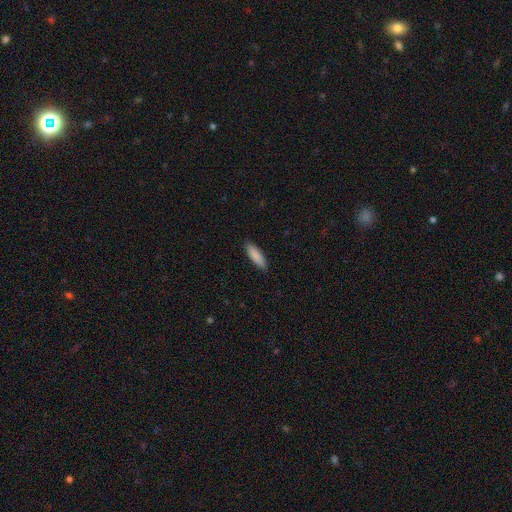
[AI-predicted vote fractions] A smooth galaxy with no disk features (88%) that is cigar-shaped (58%).

Vote fractions:
- Smooth or featured? smooth: 88% / featured or disk: 7% / star or artifact: 5%
- How rounded? cigar-shaped: 58% / in between: 41% / round: 1%
- Merging? none: 89% / minor disturbance: 8% / major disturbance: 2% / merger: 1%